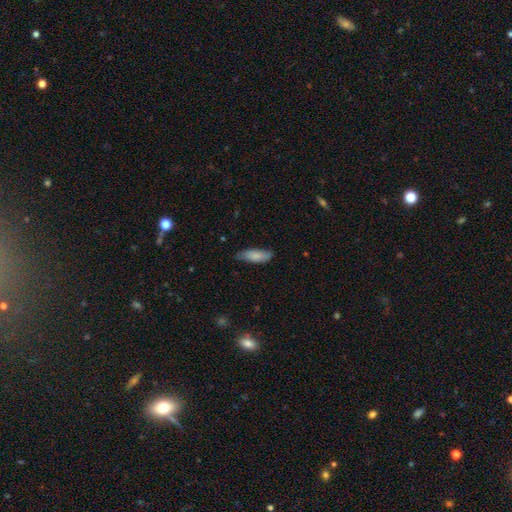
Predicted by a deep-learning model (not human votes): Morphology: type=smooth (83%); roundness=in between (62%); merging=none (72%).